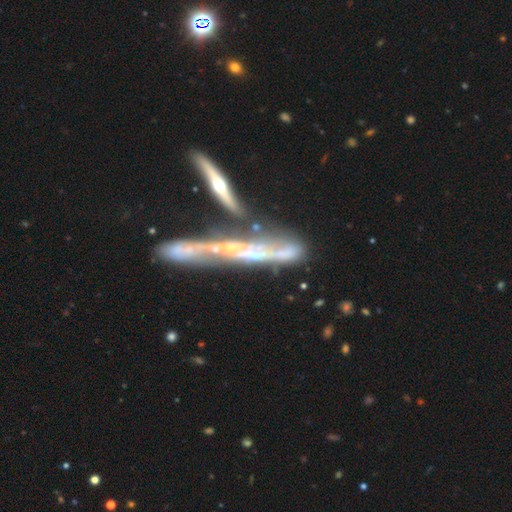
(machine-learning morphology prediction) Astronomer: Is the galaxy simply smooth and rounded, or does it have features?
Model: featured or disk — 56%.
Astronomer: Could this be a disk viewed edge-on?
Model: yes — 55% (runner-up: no, 45%).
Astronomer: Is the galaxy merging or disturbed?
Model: merger — 38% (runner-up: none, 31%).